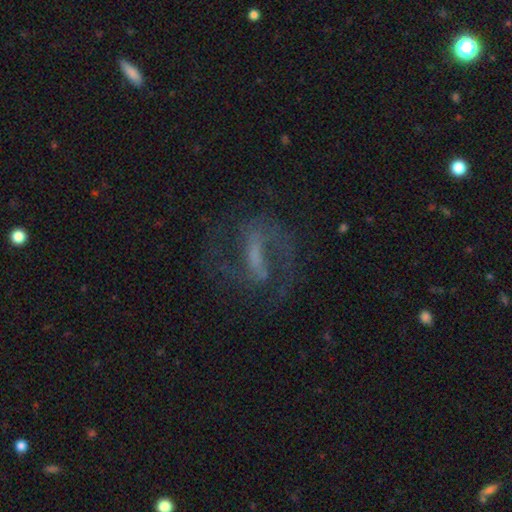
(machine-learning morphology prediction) This appears to be a featured or disk galaxy (81%) with a strong bar (60%), 2 (89%) medium (56%) spiral arms (91%) and no central bulge (35%). Merging: none (73%).